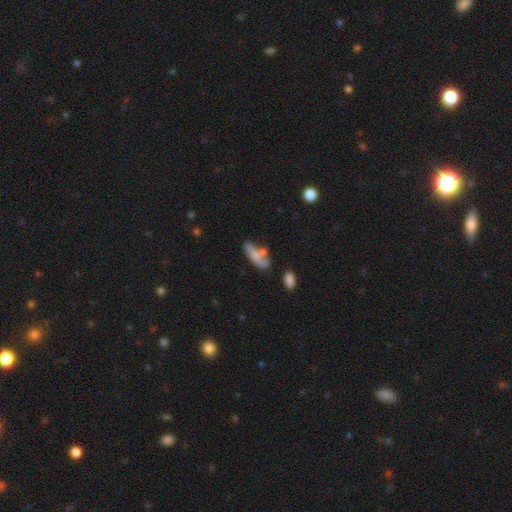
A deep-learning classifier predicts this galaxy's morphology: This appears to be a smooth galaxy with no disk features (65%) that is in between round and cigar-shaped (72%). Merging: none (39%).